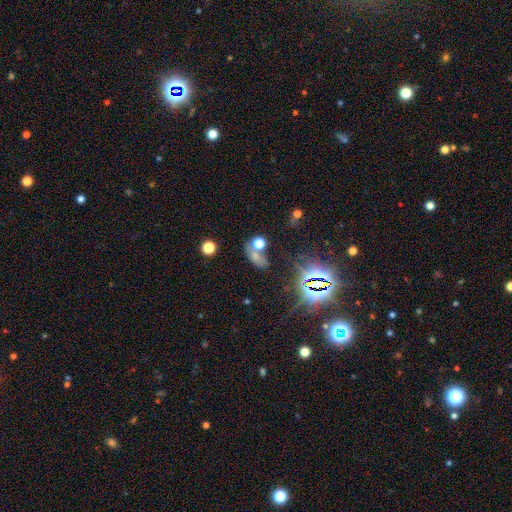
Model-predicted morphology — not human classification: Smooth or featured: smooth — 57% (star or artifact — 29%)
How rounded: in between — 72% (round — 24%)
Merging: none — 41% (merger — 34%)